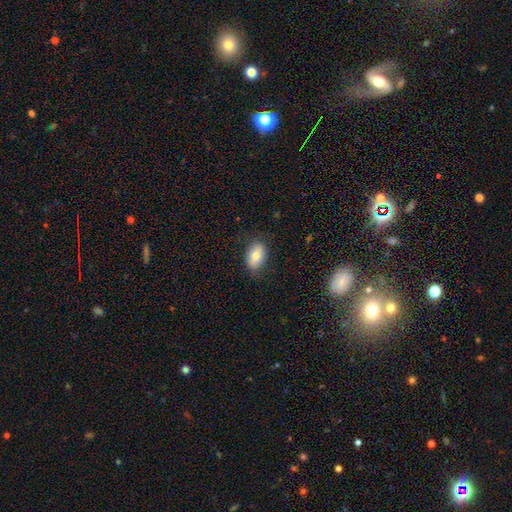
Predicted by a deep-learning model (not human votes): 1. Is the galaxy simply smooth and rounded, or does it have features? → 79% smooth, 13% featured or disk, 8% star or artifact.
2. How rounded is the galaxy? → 88% in between, 11% round, 1% cigar-shaped.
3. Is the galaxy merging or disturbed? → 81% none, 15% minor disturbance, 4% major disturbance, 1% merger.